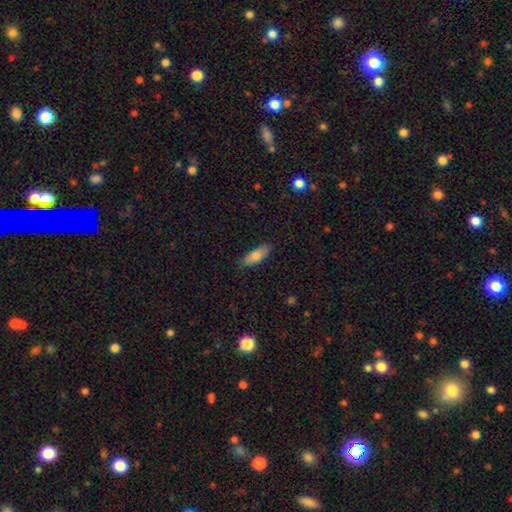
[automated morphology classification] Overall: smooth (74%). How rounded: in between (66%; cigar-shaped 31%). Merging: none (86%).